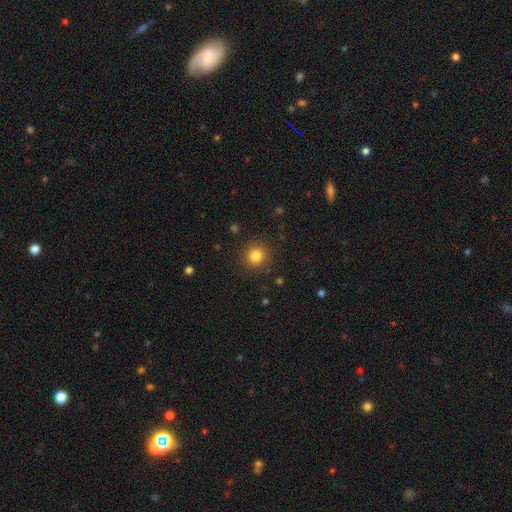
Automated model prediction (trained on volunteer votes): Smooth or featured? smooth (82%)
How rounded? round (91%)
Merging? none (89%)